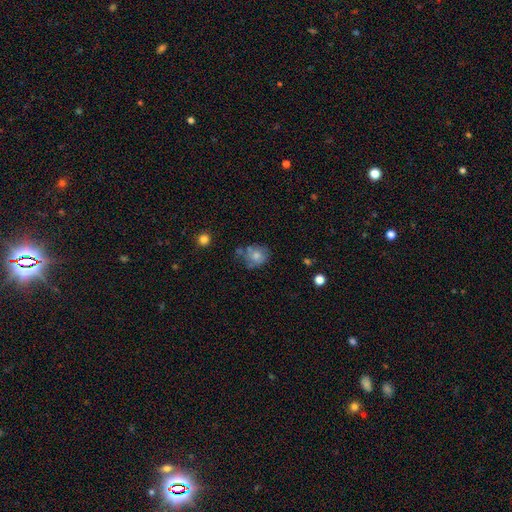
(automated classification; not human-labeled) Smooth or featured? Predicted: smooth (p=0.69). How rounded? Predicted: round (p=0.69). Merging? Predicted: none (p=0.50).